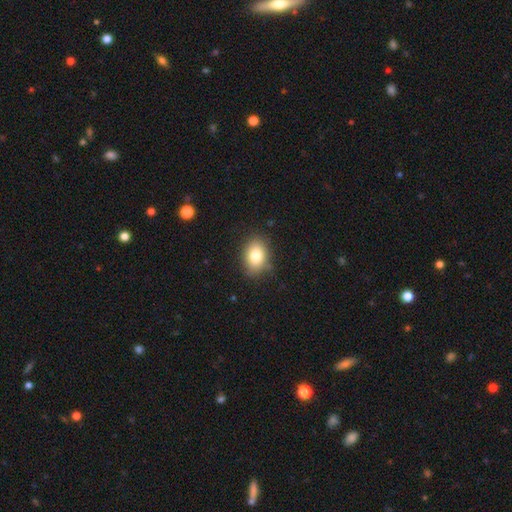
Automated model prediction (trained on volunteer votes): The model was most divided on "how rounded": in between: 72%, round: 26%, cigar-shaped: 1%. More confident: merging — none (83%); smooth or featured — smooth (80%).